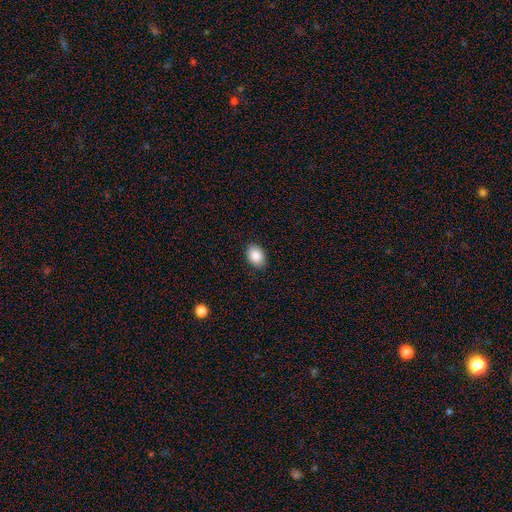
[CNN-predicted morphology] The model was most divided on "how rounded": in between: 81%, round: 18%, cigar-shaped: 1%. More confident: smooth or featured — smooth (89%); merging — none (88%).